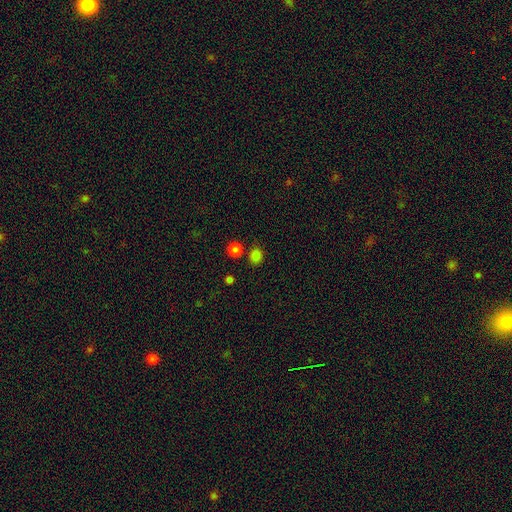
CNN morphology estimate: A smooth galaxy with no disk features (81%) that is round (80%). Merging: none (78%).